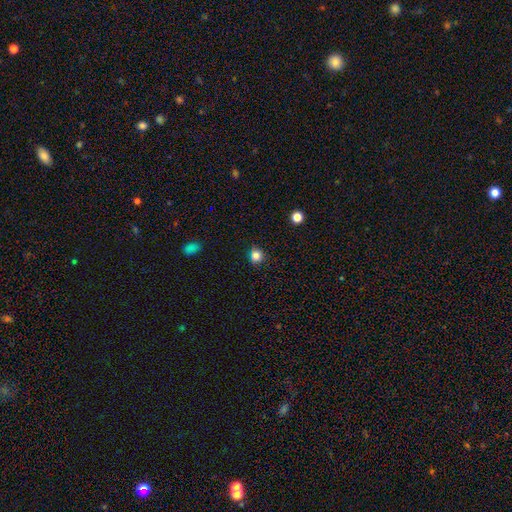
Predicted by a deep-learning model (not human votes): A smooth galaxy with no disk features (83%) that is round (86%). Merging: none (86%).